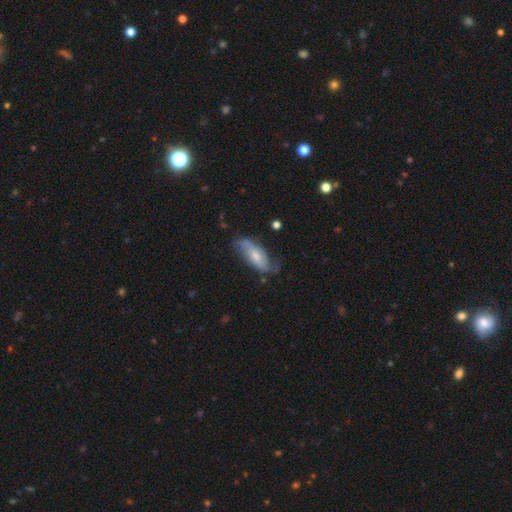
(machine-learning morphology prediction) Q: Smooth or featured?
A: featured or disk (50%); runner-up: smooth (43%)
Q: Edge-on disk?
A: no (82%); runner-up: yes (18%)
Q: Merging?
A: none (58%); runner-up: minor disturbance (29%)